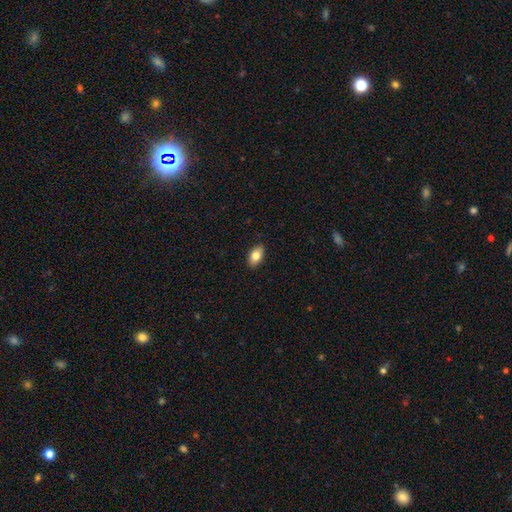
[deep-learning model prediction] Morphology: type=smooth (81%); roundness=in between (92%); merging=none (89%).